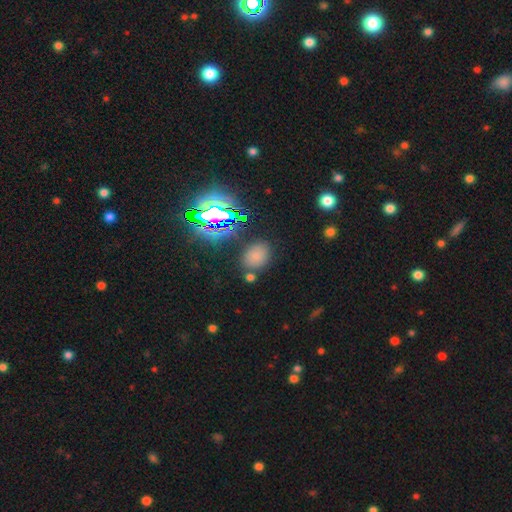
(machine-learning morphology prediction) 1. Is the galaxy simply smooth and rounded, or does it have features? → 66% smooth, 26% star or artifact, 8% featured or disk.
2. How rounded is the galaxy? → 63% in between, 36% round, 1% cigar-shaped.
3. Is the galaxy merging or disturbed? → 77% none, 12% minor disturbance, 7% merger, 4% major disturbance.